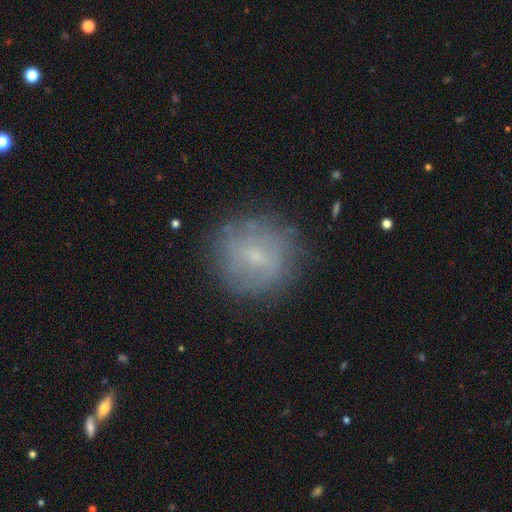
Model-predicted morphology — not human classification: This is possibly a smooth galaxy (50%). Merging: likely none (79%).